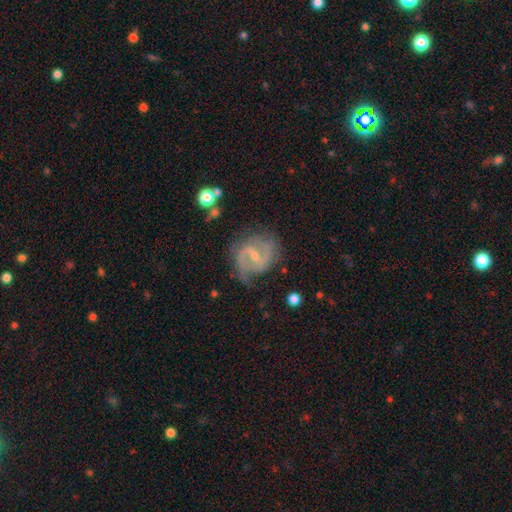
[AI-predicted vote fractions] This is clearly a featured or disk galaxy (88%). It is clearly not viewed edge-on (98%). Bar: possibly weak (54%). Spiral arm pattern: clearly yes (96%). Spiral arm count: clearly 2 (87%). Spiral winding: possibly medium (55%). Central bulge: likely small (60%). Merging: likely none (68%).